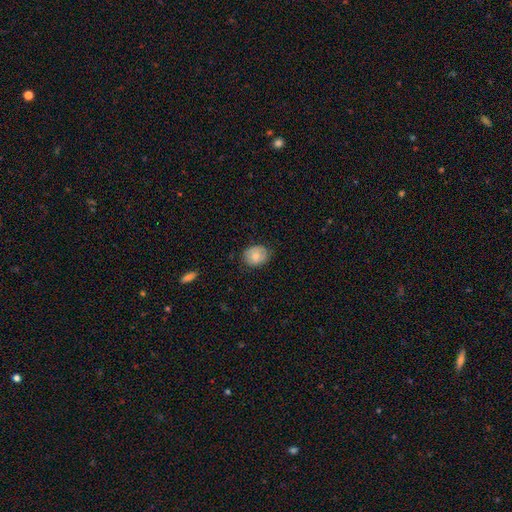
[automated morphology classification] This appears to be a smooth galaxy with no disk features (68%) that is round (57%). Merging: none (77%).